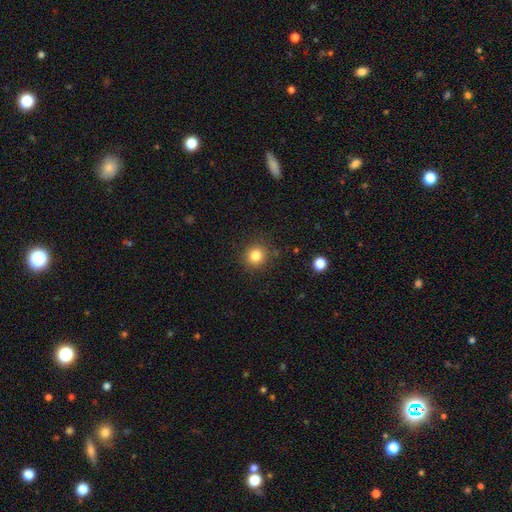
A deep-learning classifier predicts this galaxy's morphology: smooth_or_featured: smooth (p=0.82) [alt: star or artifact p=0.12]
how_rounded: round (p=0.90) [alt: in between p=0.09]
merging: none (p=0.88) [alt: minor disturbance p=0.08]